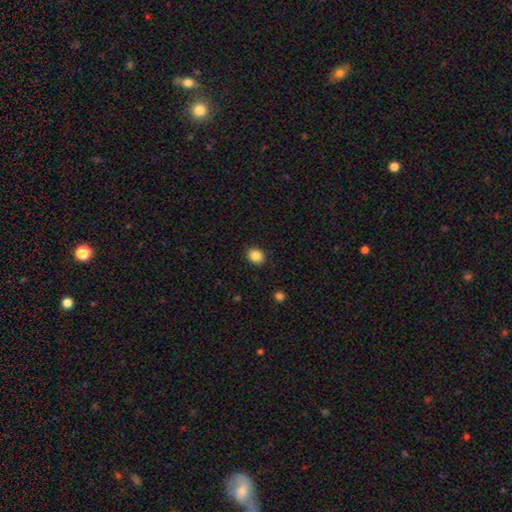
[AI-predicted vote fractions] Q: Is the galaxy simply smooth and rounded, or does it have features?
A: smooth — 87%.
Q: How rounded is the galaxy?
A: round — 60%.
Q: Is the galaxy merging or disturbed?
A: none — 90%.